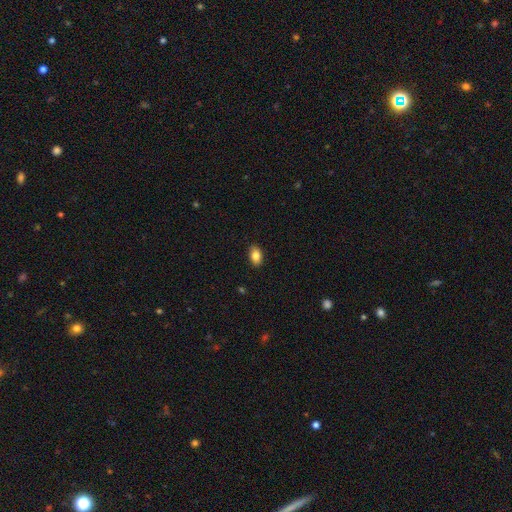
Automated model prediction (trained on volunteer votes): smooth-or-featured: smooth: 85% | star or artifact: 8% | featured or disk: 7%
  how-rounded: in between: 89% | round: 9% | cigar-shaped: 2%
  merging: none: 88% | minor disturbance: 9% | major disturbance: 2% | merger: 1%